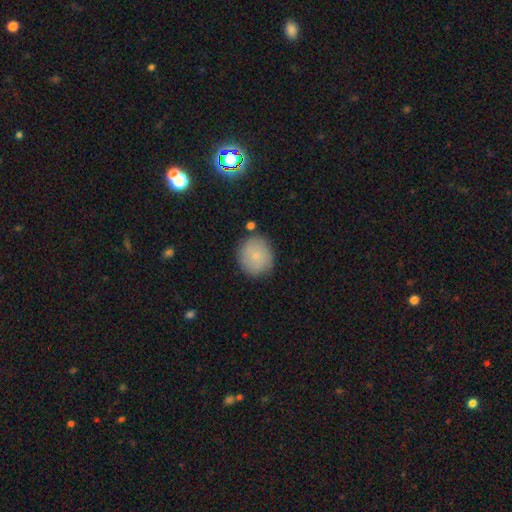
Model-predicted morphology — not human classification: smooth_or_featured: smooth (p=0.78) [alt: featured or disk p=0.13]
how_rounded: round (p=0.84) [alt: in between p=0.15]
merging: none (p=0.82) [alt: minor disturbance p=0.12]